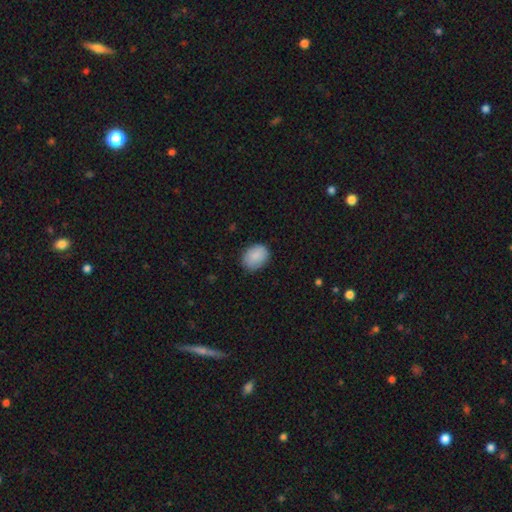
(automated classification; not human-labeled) Smooth or featured? smooth (88%)
How rounded? in between (68%)
Merging? none (82%)